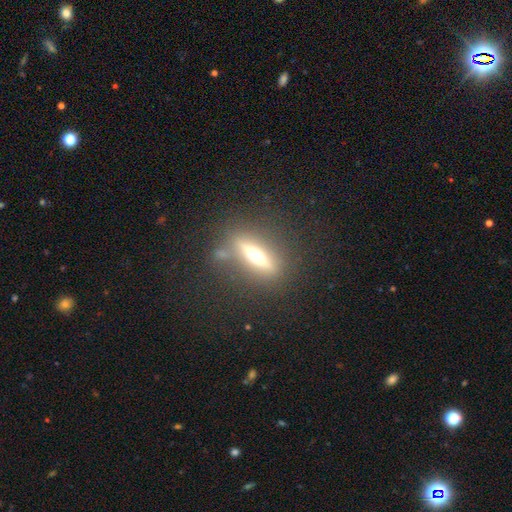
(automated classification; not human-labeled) Smooth or featured: featured or disk — 65% (smooth — 25%)
Edge-on disk: yes — 88% (no — 12%)
Edge-on bulge: rounded — 92% (boxy — 5%)
Merging: none — 80% (minor disturbance — 10%)